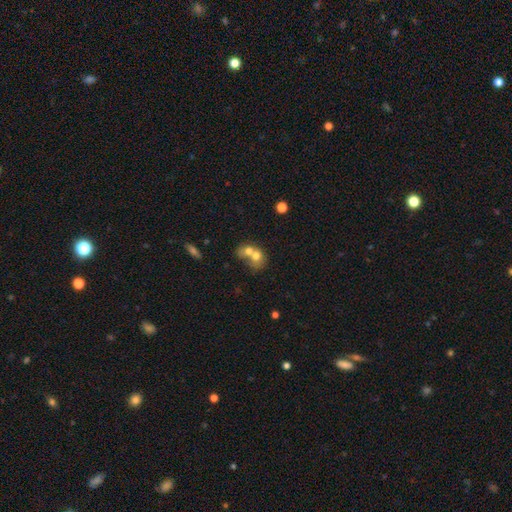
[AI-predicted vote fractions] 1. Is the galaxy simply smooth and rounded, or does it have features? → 64% smooth, 26% featured or disk, 10% star or artifact.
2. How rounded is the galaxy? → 58% round, 41% in between, 1% cigar-shaped.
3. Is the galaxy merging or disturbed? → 73% merger, 18% none, 6% minor disturbance, 4% major disturbance.